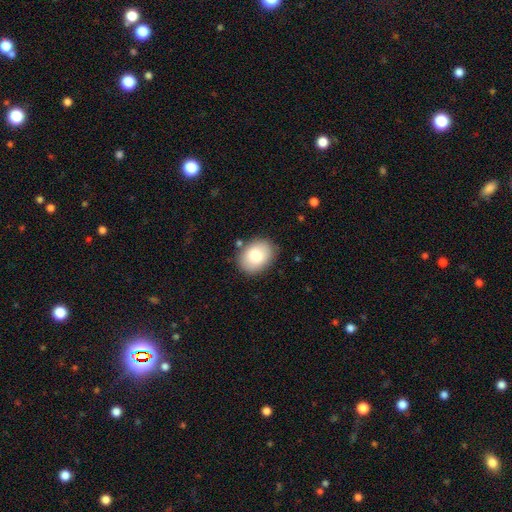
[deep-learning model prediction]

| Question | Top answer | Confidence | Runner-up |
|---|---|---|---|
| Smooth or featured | smooth | 80% | featured or disk (13%) |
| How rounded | in between | 63% | round (36%) |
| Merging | none | 84% | minor disturbance (11%) |